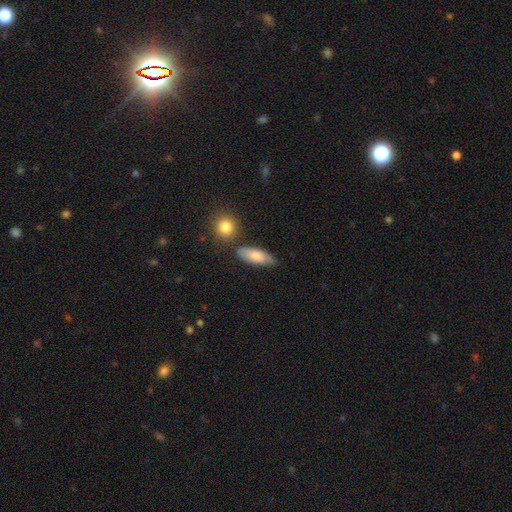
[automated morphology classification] Smooth or featured: smooth — 82% (featured or disk — 12%)
How rounded: in between — 77% (cigar-shaped — 19%)
Merging: none — 69% (minor disturbance — 18%)